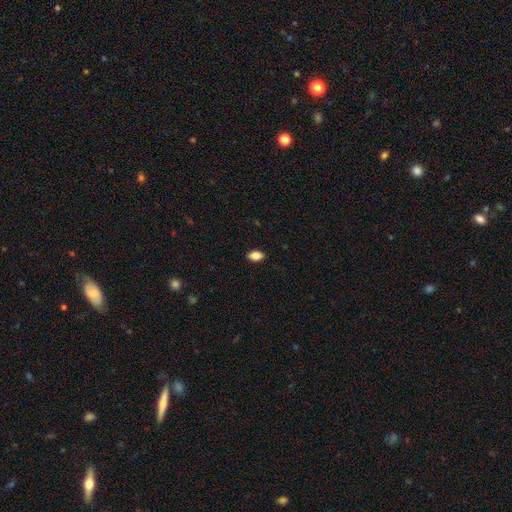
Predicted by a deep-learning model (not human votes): Overall: smooth (84%). How rounded: in between (90%). Merging: none (88%).